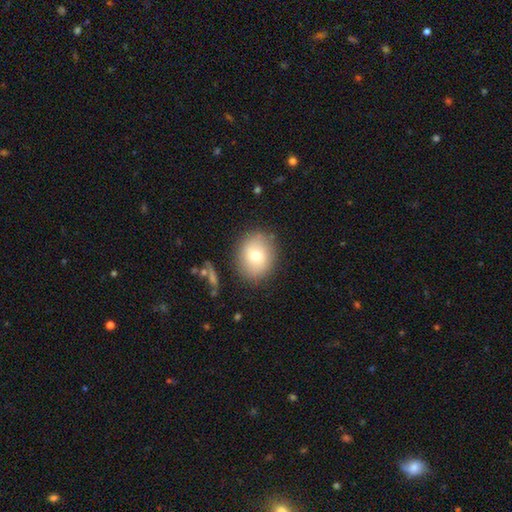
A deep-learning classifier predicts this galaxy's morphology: smooth 73%, featured or disk 18%, star or artifact 10%. Down the decision tree: how rounded — round (62%); merging — none (83%).